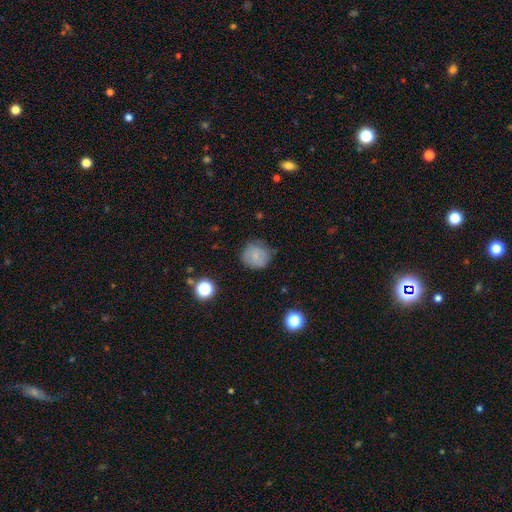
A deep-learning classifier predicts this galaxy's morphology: Smooth or featured: smooth — 77% (featured or disk — 13%)
How rounded: round — 88% (in between — 11%)
Merging: none — 74% (minor disturbance — 19%)